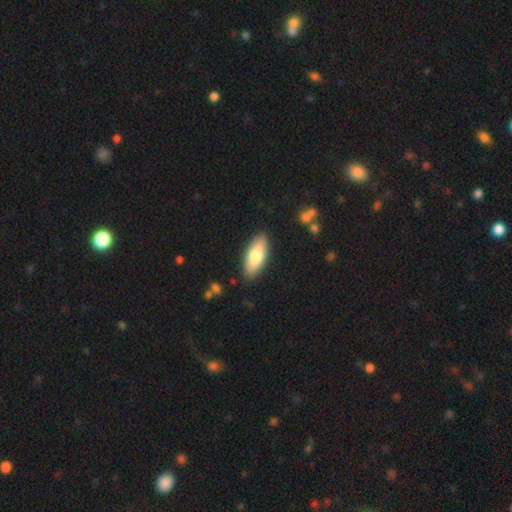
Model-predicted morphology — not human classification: A smooth galaxy with no disk features (74%) that is in between round and cigar-shaped (74%). Merging: none (88%).